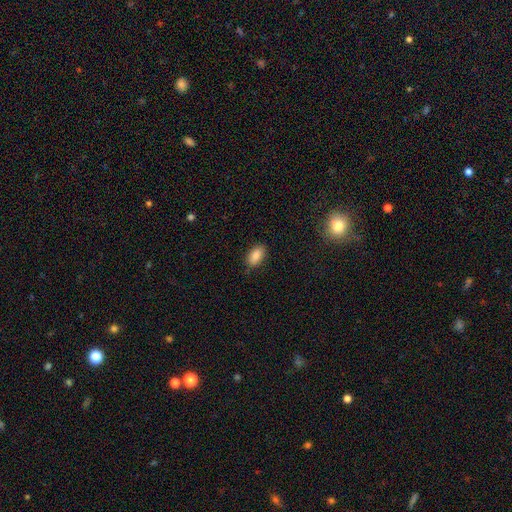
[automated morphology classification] Overall: smooth (87%). How rounded: in between (92%). Merging: none (85%).